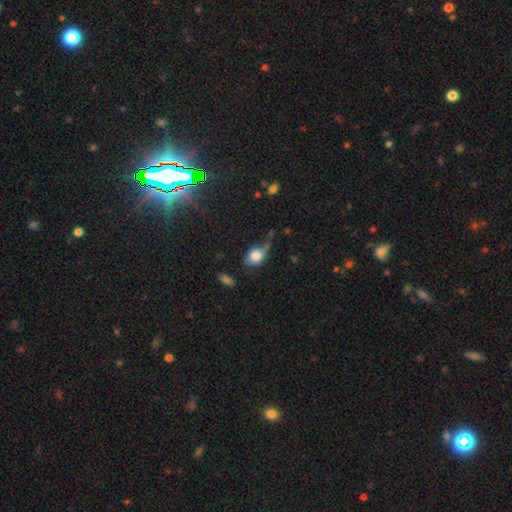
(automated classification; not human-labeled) Smooth or featured?
  - smooth: 73% *
  - featured or disk: 17%
  - star or artifact: 10%
How rounded?
  - round: 49% *
  - in between: 48%
  - cigar-shaped: 2%
Merging?
  - none: 33% *
  - minor disturbance: 32%
  - major disturbance: 28%
  - merger: 8%